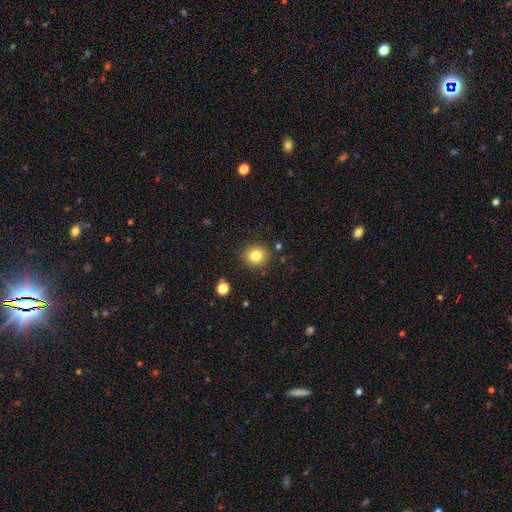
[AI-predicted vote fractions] A smooth galaxy with no disk features (81%) that is round (86%). Merging: none (88%).